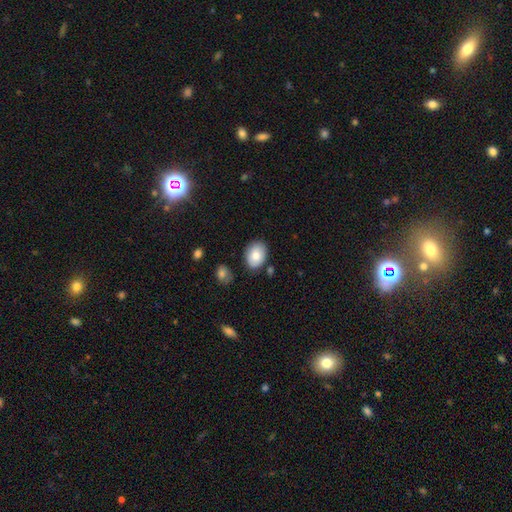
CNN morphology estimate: Smooth or featured?
  - smooth: 83% *
  - featured or disk: 10%
  - star or artifact: 7%
How rounded?
  - in between: 71% *
  - round: 28%
  - cigar-shaped: 1%
Merging?
  - none: 80% *
  - minor disturbance: 14%
  - merger: 3%
  - major disturbance: 3%